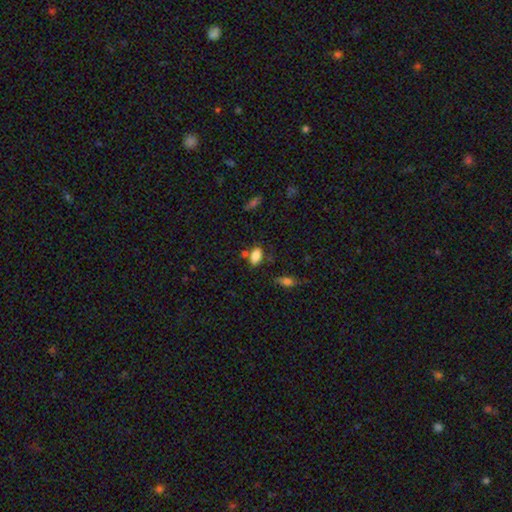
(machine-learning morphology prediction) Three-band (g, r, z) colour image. It shows a smooth galaxy with no disk features (84%) that is in between round and cigar-shaped (90%). Merging: none (67%).